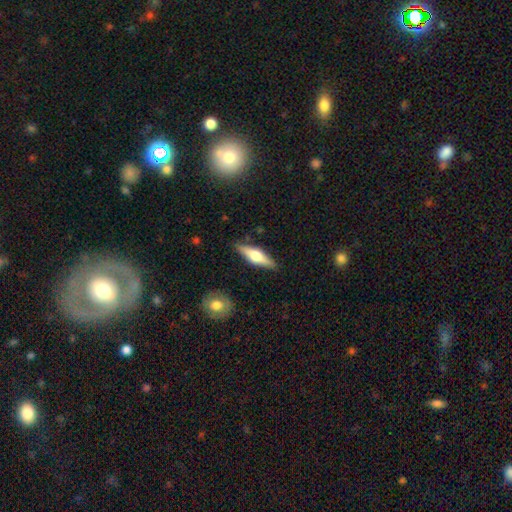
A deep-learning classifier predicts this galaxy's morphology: smooth-or-featured: featured or disk: 57% | smooth: 37% | star or artifact: 6%
  disk-edge-on: yes: 94% | no: 6%
    edge-on-bulge: rounded: 93% | boxy: 5% | none: 2%
  merging: none: 87% | minor disturbance: 9% | major disturbance: 2% | merger: 2%